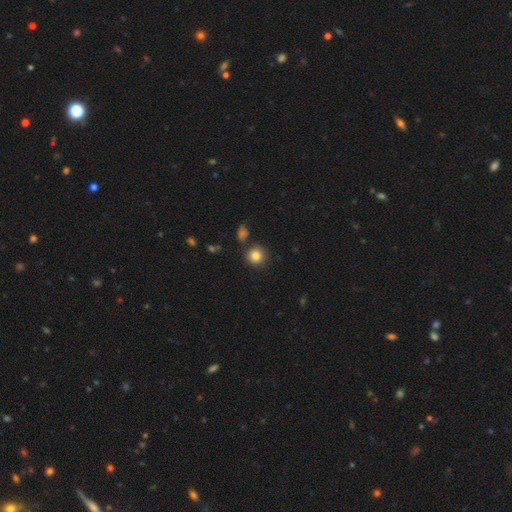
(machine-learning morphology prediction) type=smooth (84%); roundness=round (92%); merging=none (83%).